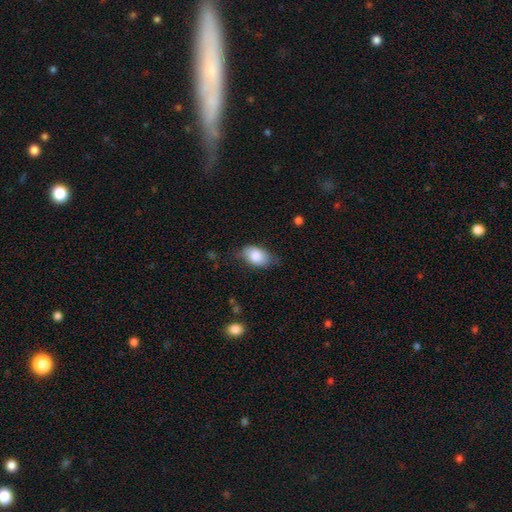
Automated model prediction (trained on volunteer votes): Smooth or featured?
  - smooth: 83% *
  - featured or disk: 11%
  - star or artifact: 6%
How rounded?
  - in between: 89% *
  - round: 9%
  - cigar-shaped: 2%
Merging?
  - none: 66% *
  - minor disturbance: 26%
  - major disturbance: 6%
  - merger: 1%